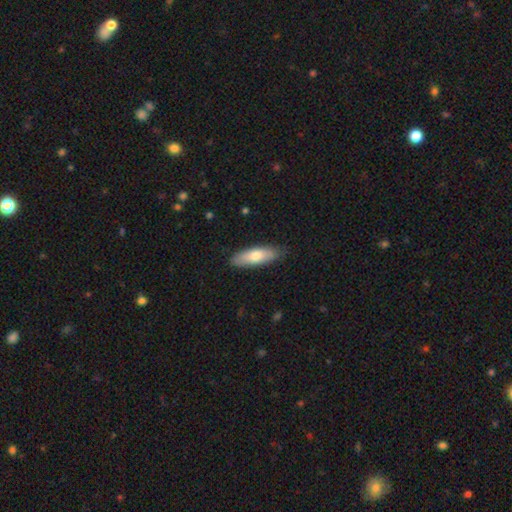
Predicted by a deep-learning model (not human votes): A smooth galaxy with no disk features (72%) that is in between round and cigar-shaped (57%). Merging: none (83%).